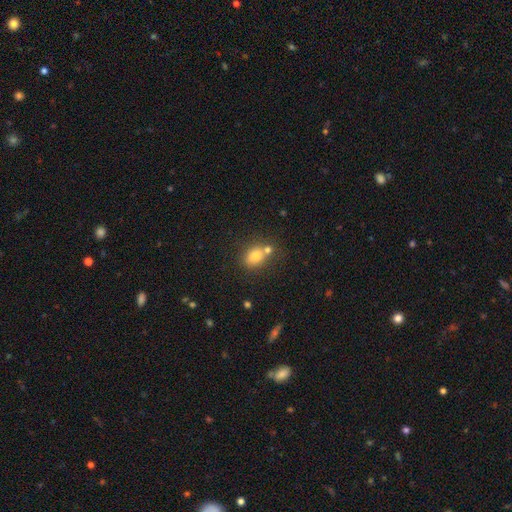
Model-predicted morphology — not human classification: Smooth or featured? Predicted: smooth (p=0.78). How rounded? Predicted: in between (p=0.60). Merging? Predicted: none (p=0.52).